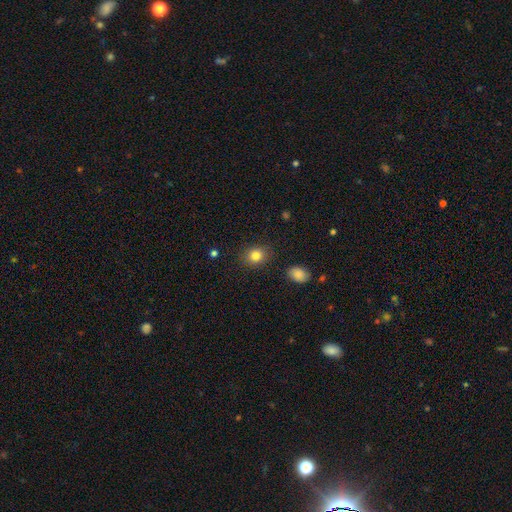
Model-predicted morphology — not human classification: Smooth or featured: smooth — 83% (star or artifact — 11%)
How rounded: round — 64% (in between — 35%)
Merging: none — 86% (minor disturbance — 9%)